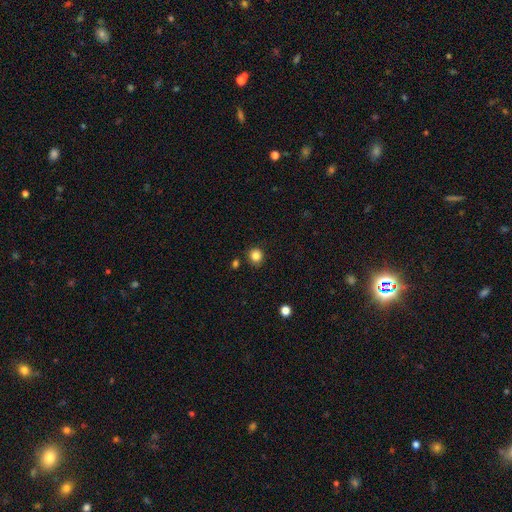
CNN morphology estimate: This appears to be a smooth galaxy with no disk features (84%) that is round (91%). Merging: none (88%).